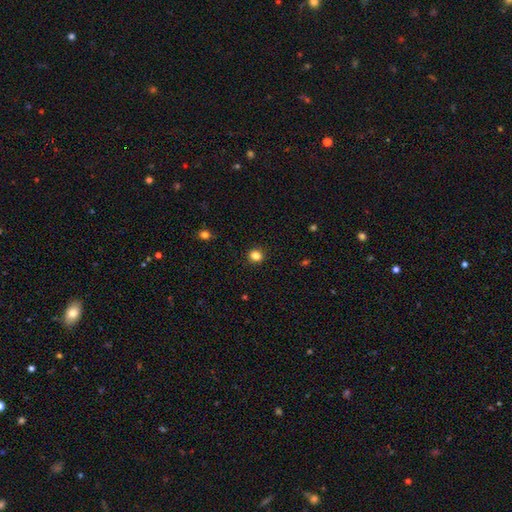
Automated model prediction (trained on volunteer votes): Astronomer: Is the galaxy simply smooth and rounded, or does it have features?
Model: smooth — 84%.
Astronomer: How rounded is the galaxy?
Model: round — 76%.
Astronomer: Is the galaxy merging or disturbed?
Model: none — 91%.